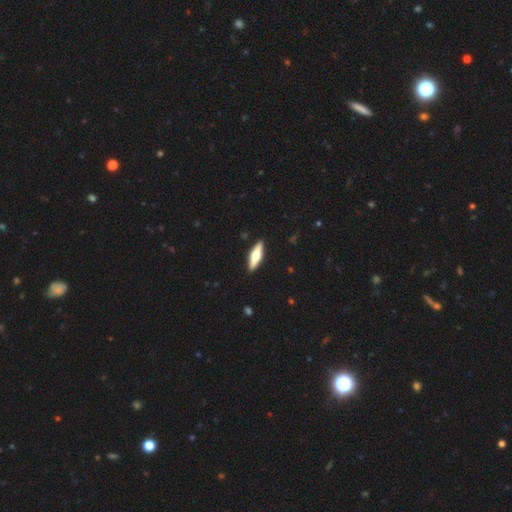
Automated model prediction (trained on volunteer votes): Smooth or featured? Predicted: featured or disk (p=0.55). Edge-on disk? Predicted: yes (p=0.94). Edge-on bulge? Predicted: rounded (p=0.92). Merging? Predicted: none (p=0.91).